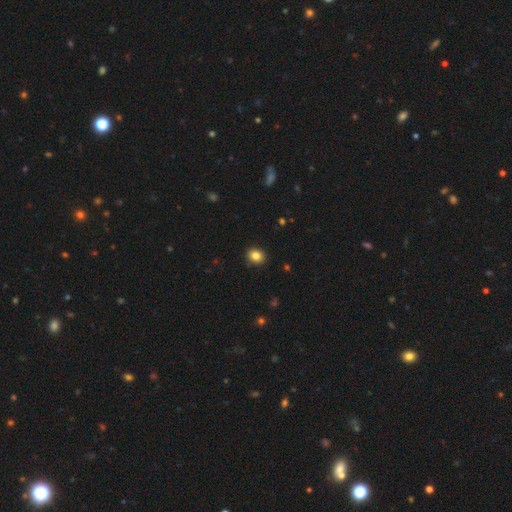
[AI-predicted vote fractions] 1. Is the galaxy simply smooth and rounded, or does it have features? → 85% smooth, 10% star or artifact, 5% featured or disk.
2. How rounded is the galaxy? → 62% round, 37% in between, 1% cigar-shaped.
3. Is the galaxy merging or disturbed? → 90% none, 8% minor disturbance, 2% major disturbance, 1% merger.